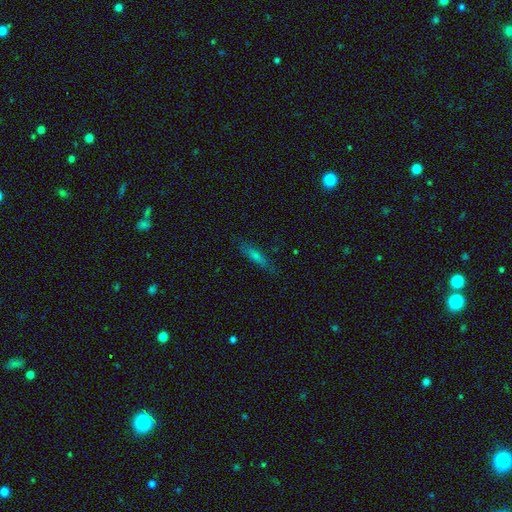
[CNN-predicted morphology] Smooth or featured? Predicted: smooth (p=0.45). Merging? Predicted: none (p=0.84).